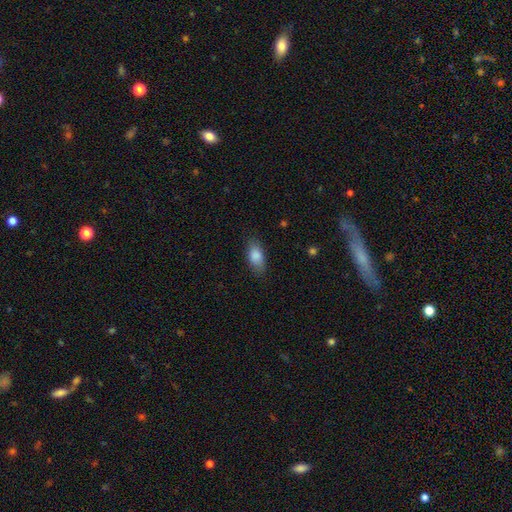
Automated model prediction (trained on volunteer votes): The model was most divided on "merging": none: 81%, minor disturbance: 14%, major disturbance: 4%, merger: 1%. More confident: how rounded — in between (89%); smooth or featured — smooth (85%).